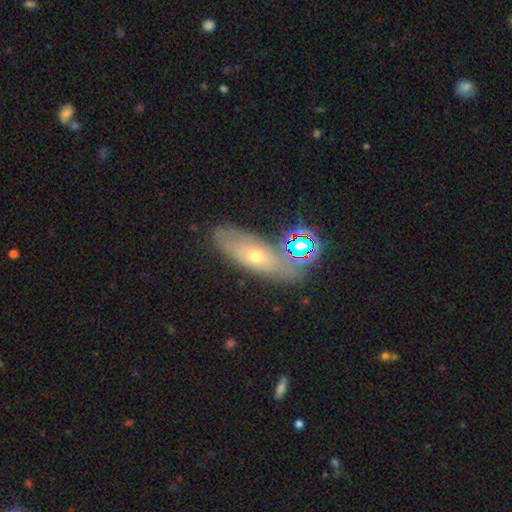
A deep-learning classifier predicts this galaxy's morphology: smooth_or_featured: featured or disk (p=0.43) [alt: smooth p=0.38]
merging: none (p=0.69) [alt: minor disturbance p=0.17]